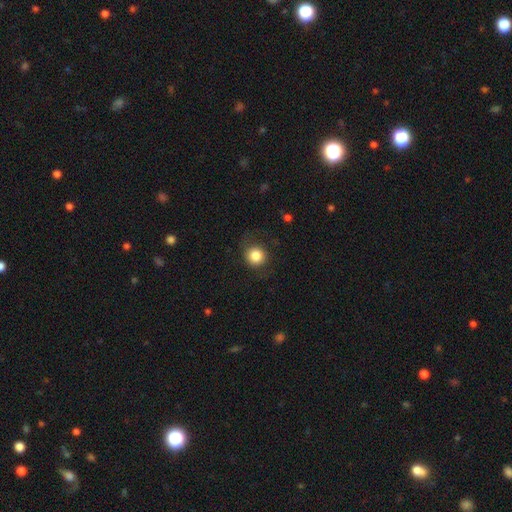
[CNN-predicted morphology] This appears to be a smooth galaxy with no disk features (84%) that is round (90%). Merging: none (78%).